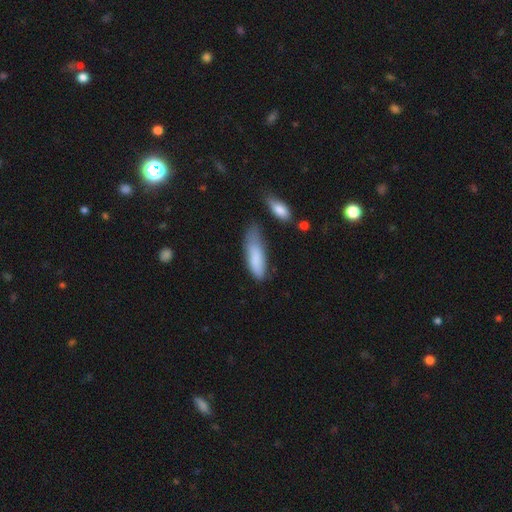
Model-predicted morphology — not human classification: Smooth or featured? Predicted: smooth (p=0.82). How rounded? Predicted: in between (p=0.51). Merging? Predicted: none (p=0.45).